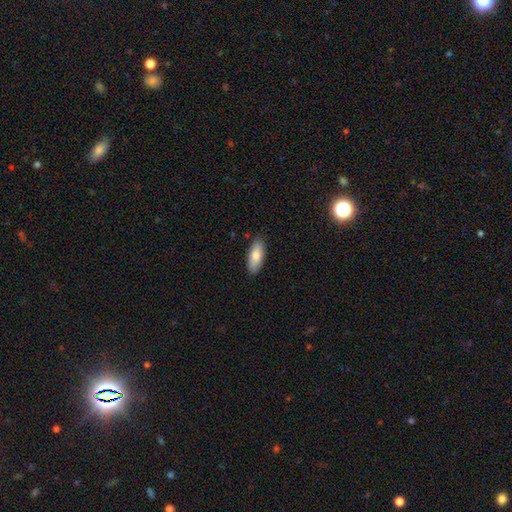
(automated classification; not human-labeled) smooth_or_featured: smooth (p=0.82) [alt: featured or disk p=0.12]
how_rounded: in between (p=0.79) [alt: cigar-shaped p=0.19]
merging: none (p=0.87) [alt: minor disturbance p=0.10]